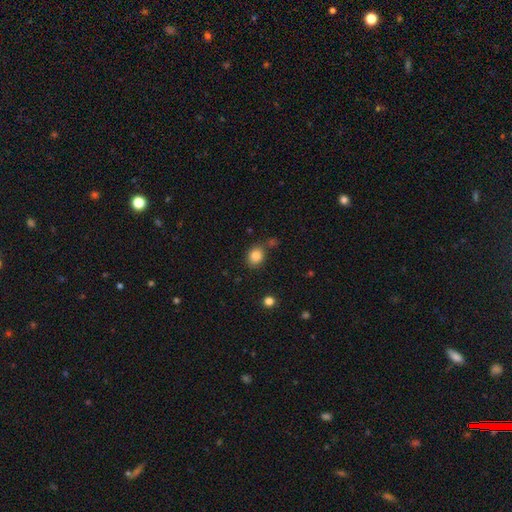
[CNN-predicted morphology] smooth-or-featured: smooth: 84% | star or artifact: 10% | featured or disk: 6%
  how-rounded: round: 65% | in between: 34% | cigar-shaped: 1%
  merging: none: 75% | minor disturbance: 13% | merger: 8% | major disturbance: 4%